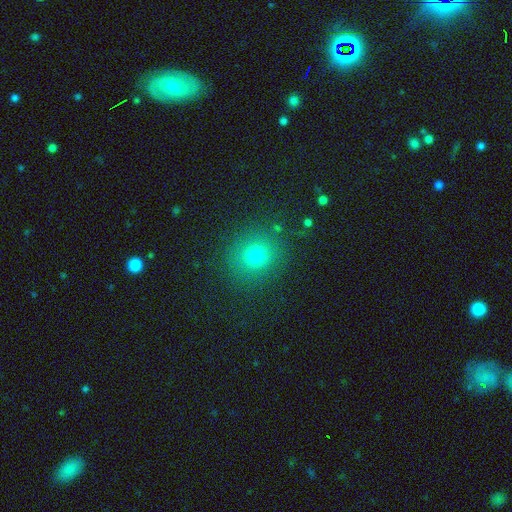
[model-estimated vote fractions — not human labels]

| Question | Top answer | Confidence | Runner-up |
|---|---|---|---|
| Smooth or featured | smooth | 74% | star or artifact (18%) |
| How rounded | round | 88% | in between (11%) |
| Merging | none | 86% | minor disturbance (8%) |